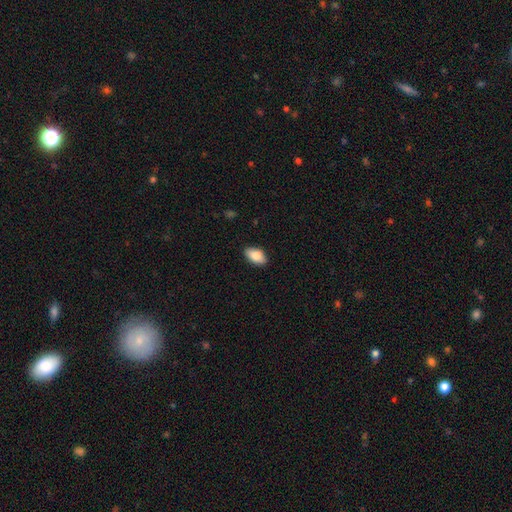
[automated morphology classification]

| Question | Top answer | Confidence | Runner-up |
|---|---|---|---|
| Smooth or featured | smooth | 86% | featured or disk (8%) |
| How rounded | in between | 93% | round (4%) |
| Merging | none | 88% | minor disturbance (9%) |